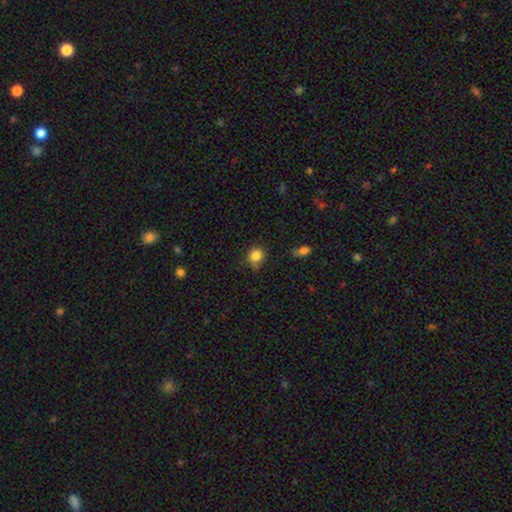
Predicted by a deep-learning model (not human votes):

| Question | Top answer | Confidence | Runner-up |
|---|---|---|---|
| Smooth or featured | smooth | 84% | star or artifact (11%) |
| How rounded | round | 78% | in between (21%) |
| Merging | none | 73% | minor disturbance (21%) |